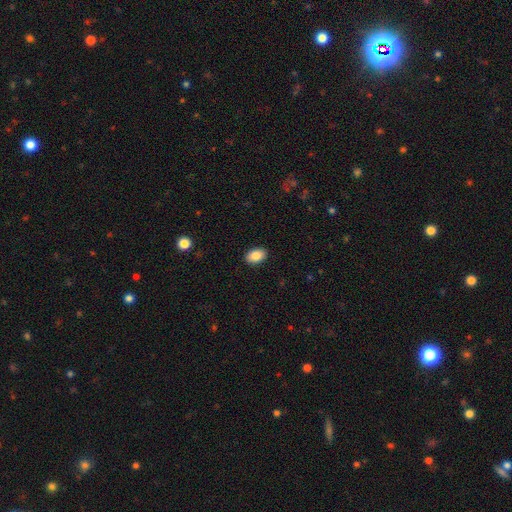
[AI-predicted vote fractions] A smooth galaxy with no disk features (88%) that is in between round and cigar-shaped (88%). Merging: none (90%).